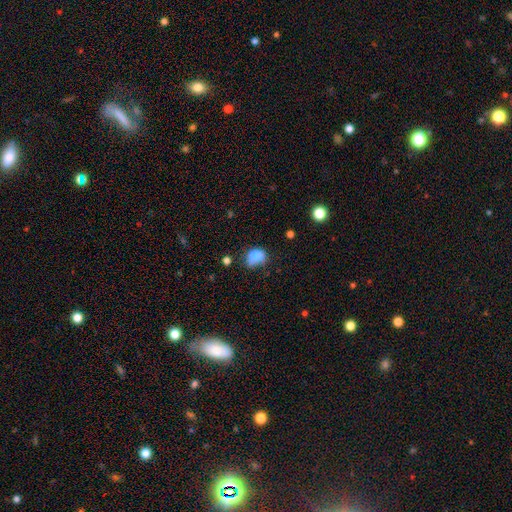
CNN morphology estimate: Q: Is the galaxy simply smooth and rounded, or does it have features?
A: smooth — 72%.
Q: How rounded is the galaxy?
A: in between — 61%.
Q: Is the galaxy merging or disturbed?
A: none — 35%.